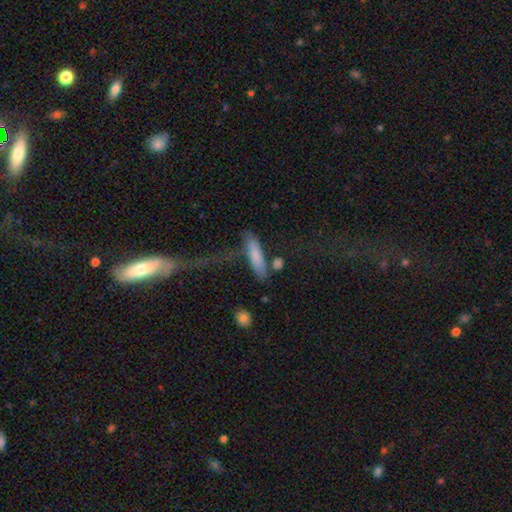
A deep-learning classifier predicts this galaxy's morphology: smooth 73%, featured or disk 19%, star or artifact 8%. Down the decision tree: how rounded — cigar-shaped (68%); merging — none (41%).